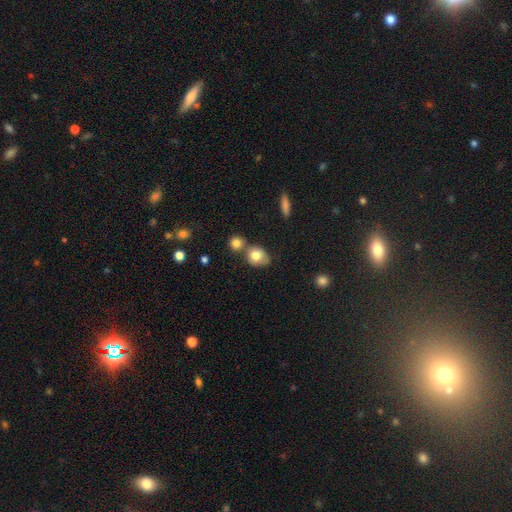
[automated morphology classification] Smooth or featured? Predicted: smooth (p=0.79). How rounded? Predicted: round (p=0.60). Merging? Predicted: none (p=0.47).